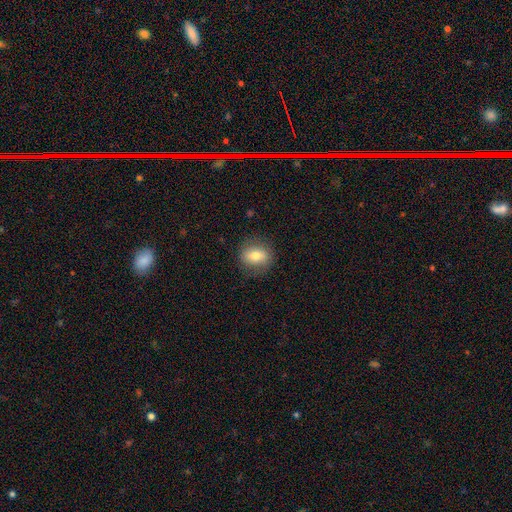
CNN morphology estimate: Smooth or featured? smooth (70%)
How rounded? round (56%)
Merging? none (81%)